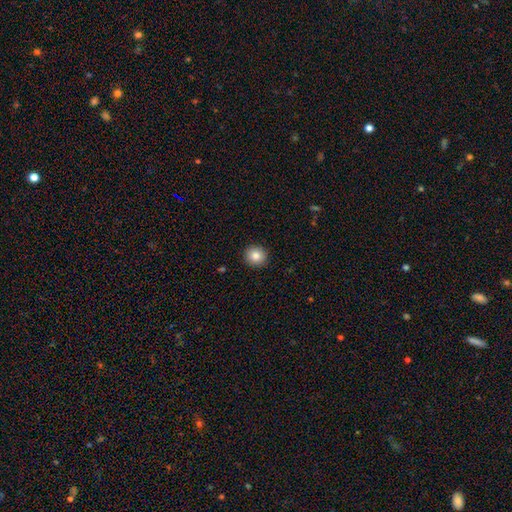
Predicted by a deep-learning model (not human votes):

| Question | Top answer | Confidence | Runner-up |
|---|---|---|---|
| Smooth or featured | smooth | 84% | star or artifact (9%) |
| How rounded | round | 92% | in between (7%) |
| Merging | none | 92% | minor disturbance (5%) |